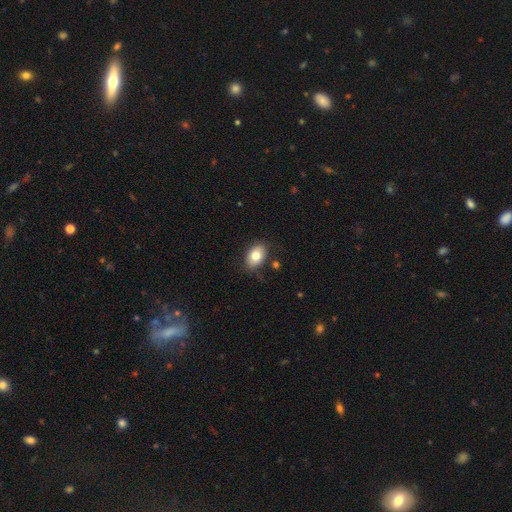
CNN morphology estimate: smooth-or-featured: smooth: 79% | featured or disk: 13% | star or artifact: 8%
  how-rounded: in between: 84% | round: 15% | cigar-shaped: 1%
  merging: none: 81% | minor disturbance: 13% | major disturbance: 3% | merger: 2%